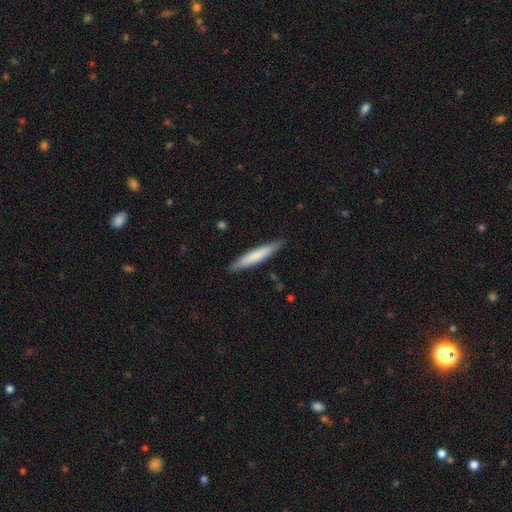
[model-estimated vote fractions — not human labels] Smooth or featured? Predicted: smooth (p=0.73). How rounded? Predicted: cigar-shaped (p=0.93). Merging? Predicted: none (p=0.88).